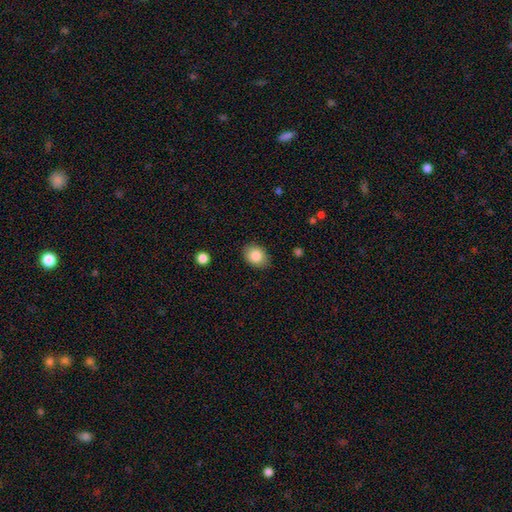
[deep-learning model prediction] Smooth or featured?
  - smooth: 86% *
  - star or artifact: 8%
  - featured or disk: 6%
How rounded?
  - in between: 64% *
  - round: 36%
  - cigar-shaped: 1%
Merging?
  - none: 85% *
  - minor disturbance: 11%
  - major disturbance: 3%
  - merger: 1%